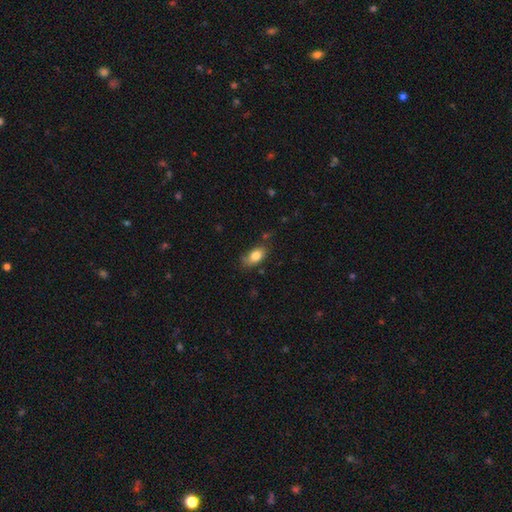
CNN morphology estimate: A smooth galaxy with no disk features (81%) that is in between round and cigar-shaped (88%). Merging: none (69%).